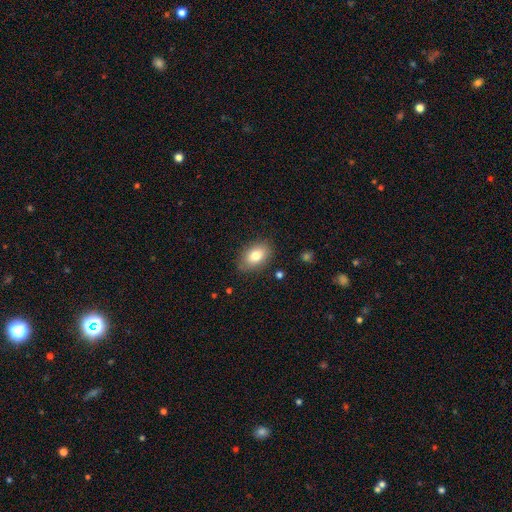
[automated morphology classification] A smooth galaxy with no disk features (80%) that is in between round and cigar-shaped (87%). Merging: none (84%).